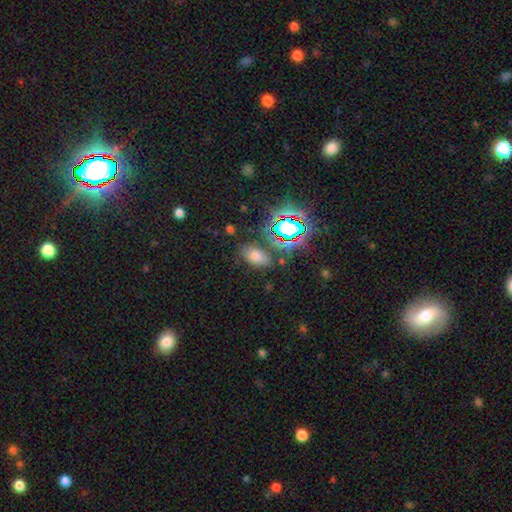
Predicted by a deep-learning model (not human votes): Smooth or featured? smooth (64%)
How rounded? in between (89%)
Merging? none (77%)